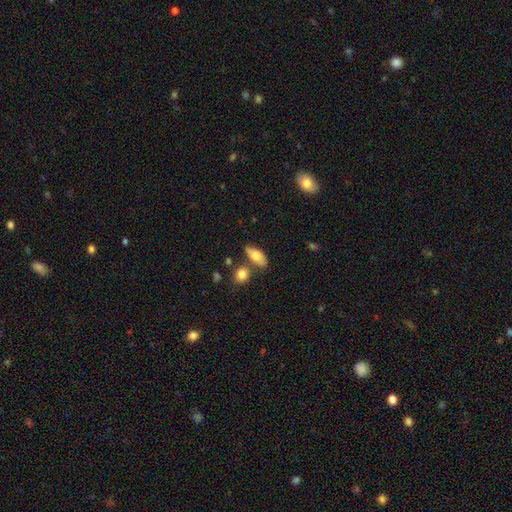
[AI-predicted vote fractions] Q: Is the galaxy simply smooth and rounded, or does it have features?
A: smooth — 74%.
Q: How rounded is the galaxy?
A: in between — 86%.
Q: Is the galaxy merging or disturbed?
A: none — 62%.